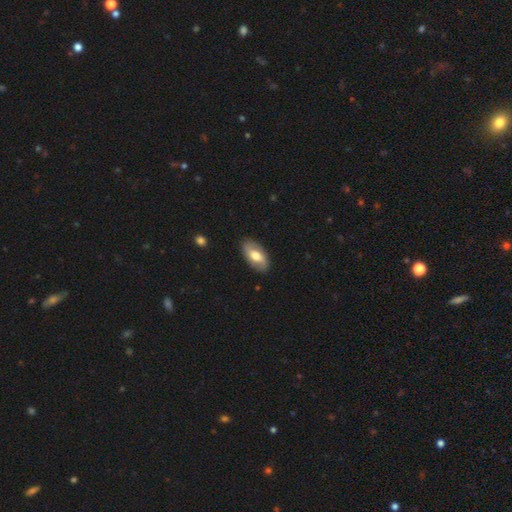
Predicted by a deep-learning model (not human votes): Q: Smooth or featured?
A: smooth (51%); runner-up: featured or disk (43%)
Q: How rounded?
A: in between (92%); runner-up: cigar-shaped (4%)
Q: Merging?
A: none (86%); runner-up: minor disturbance (10%)